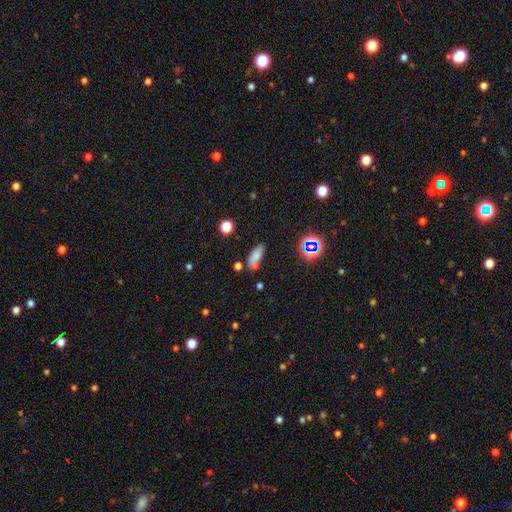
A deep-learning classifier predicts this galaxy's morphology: smooth 72%, star or artifact 16%, featured or disk 12%. Down the decision tree: how rounded — in between (69%); merging — none (59%).